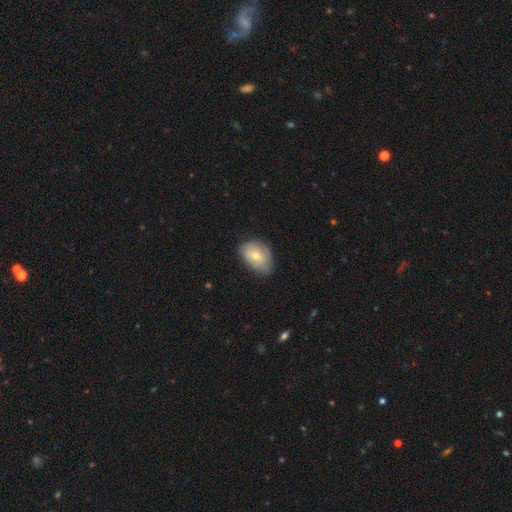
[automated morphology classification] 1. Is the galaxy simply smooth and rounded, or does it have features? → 65% smooth, 27% featured or disk, 8% star or artifact.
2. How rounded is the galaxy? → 81% in between, 17% round, 1% cigar-shaped.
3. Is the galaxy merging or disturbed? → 67% none, 27% minor disturbance, 5% major disturbance, 1% merger.